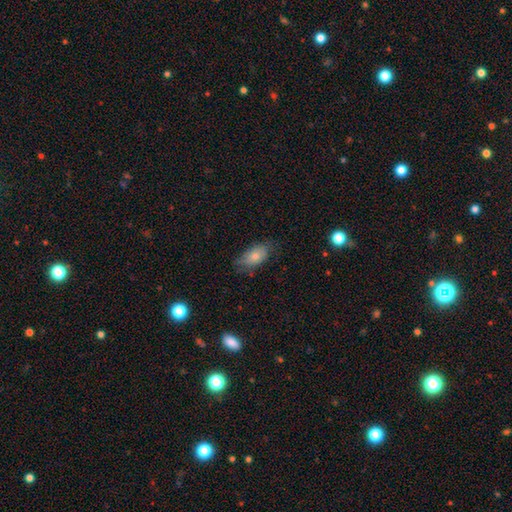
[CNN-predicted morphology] A smooth galaxy with no disk features (72%) that is in between round and cigar-shaped (90%). Merging: none (67%).